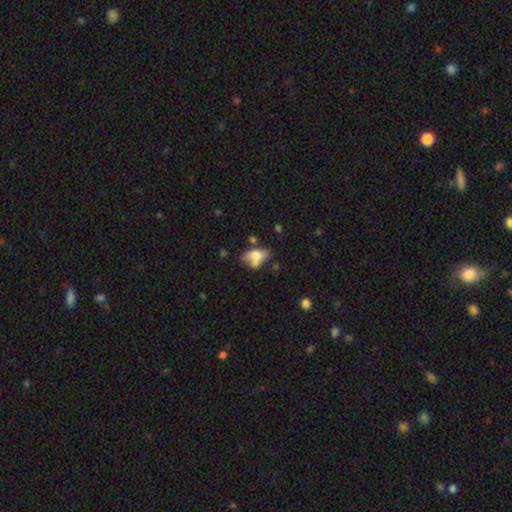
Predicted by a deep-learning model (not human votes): Q: Smooth or featured?
A: smooth (66%); runner-up: featured or disk (25%)
Q: How rounded?
A: in between (87%); runner-up: round (8%)
Q: Merging?
A: none (40%); runner-up: merger (28%)